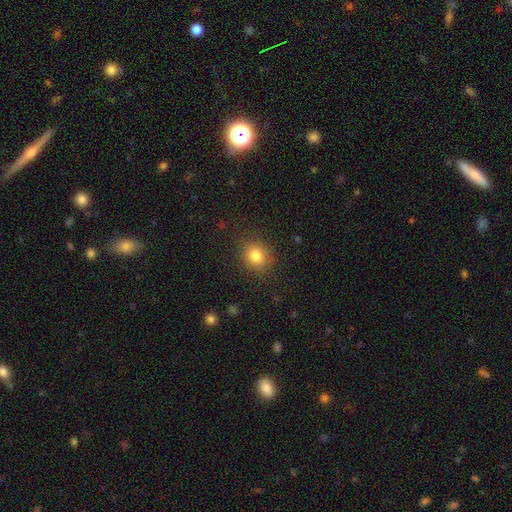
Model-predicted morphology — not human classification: The model was most divided on "how rounded": round: 76%, in between: 23%, cigar-shaped: 1%. More confident: merging — none (86%); smooth or featured — smooth (82%).